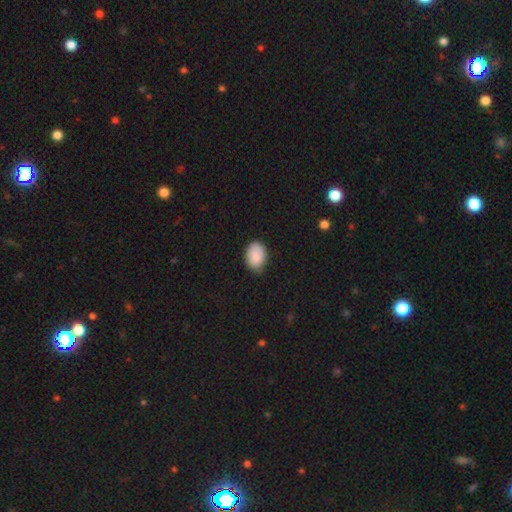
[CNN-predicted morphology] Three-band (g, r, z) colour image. It shows a smooth galaxy with no disk features (88%) that is in between round and cigar-shaped (78%). Merging: none (69%).